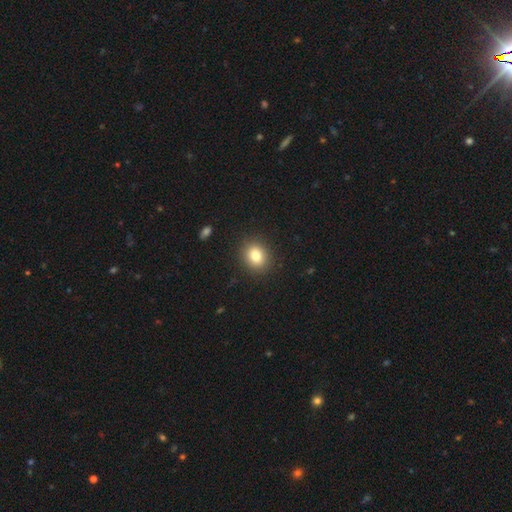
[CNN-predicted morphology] Smooth or featured? Predicted: smooth (p=0.82). How rounded? Predicted: round (p=0.61). Merging? Predicted: none (p=0.89).